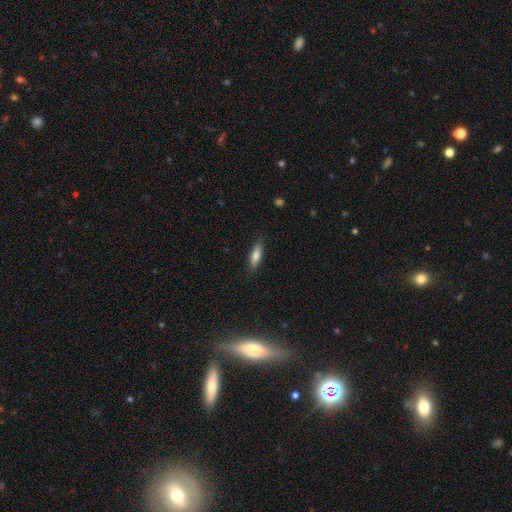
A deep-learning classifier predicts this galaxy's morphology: Overall: smooth (79%). How rounded: cigar-shaped (51%; in between 47%). Merging: none (83%).